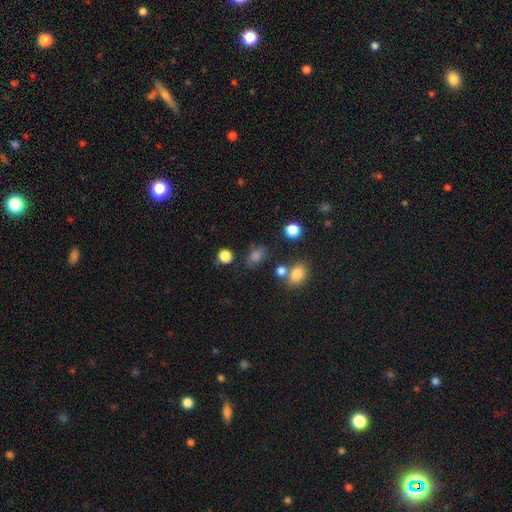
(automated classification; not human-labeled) Smooth or featured? Predicted: smooth (p=0.77). How rounded? Predicted: in between (p=0.71). Merging? Predicted: none (p=0.69).